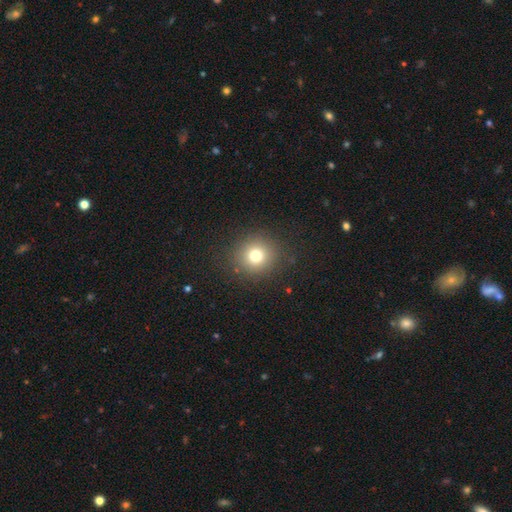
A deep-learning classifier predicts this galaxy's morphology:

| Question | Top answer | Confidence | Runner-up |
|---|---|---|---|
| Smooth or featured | smooth | 76% | star or artifact (15%) |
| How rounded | round | 90% | in between (9%) |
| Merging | none | 88% | minor disturbance (7%) |